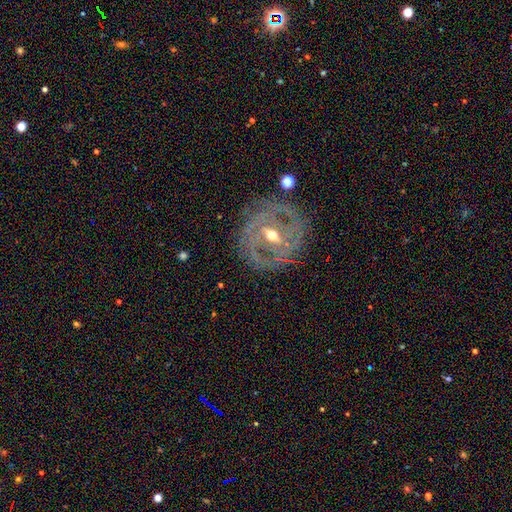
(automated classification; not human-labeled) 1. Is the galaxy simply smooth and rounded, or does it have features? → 84% featured or disk, 8% star or artifact, 8% smooth.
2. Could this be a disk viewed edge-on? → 94% no, 6% yes.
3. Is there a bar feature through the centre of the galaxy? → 39% weak (tied), 39% strong (tied), 22% no.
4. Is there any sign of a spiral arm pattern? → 89% yes, 11% no.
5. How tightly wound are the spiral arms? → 68% tight, 25% medium, 7% loose.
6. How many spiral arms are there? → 34% 2, 27% can't tell, 19% 3, 9% 4, 6% 1, 5% more than 4.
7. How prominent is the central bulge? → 57% moderate, 39% small, 2% large, 1% none, 1% dominant.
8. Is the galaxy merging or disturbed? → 80% none, 13% minor disturbance, 5% major disturbance, 2% merger.